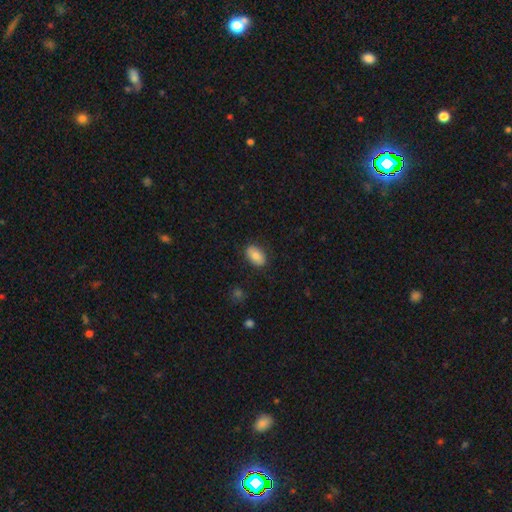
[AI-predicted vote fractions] Overall: smooth (81%). How rounded: in between (92%). Merging: none (86%).